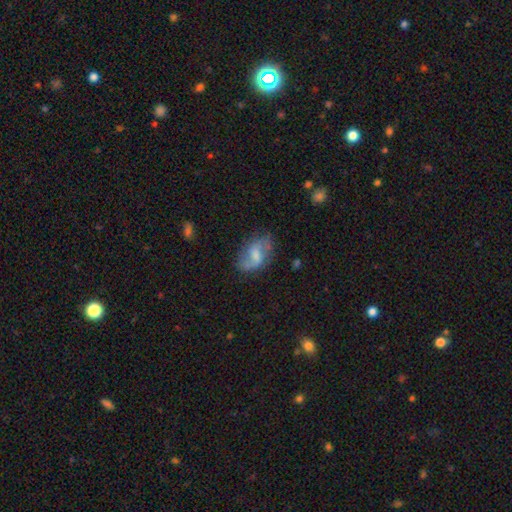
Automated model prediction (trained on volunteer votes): featured or disk 59%, smooth 33%, star or artifact 8%. Down the decision tree: edge-on disk — no (96%); bar — weak (55%); spiral arms — yes (83%); bulge size — small (37%, tied with moderate); merging — none (64%).